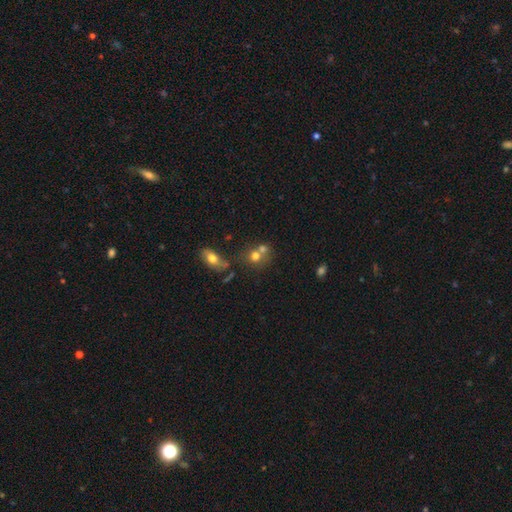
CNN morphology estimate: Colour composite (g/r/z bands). It shows a smooth galaxy with no disk features (70%) that is round (75%). Merging: merger (47%).